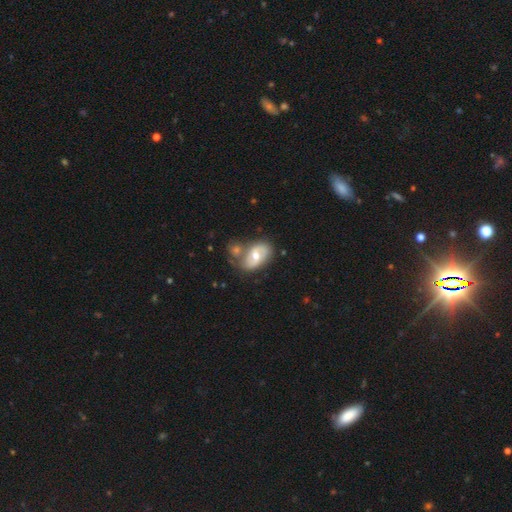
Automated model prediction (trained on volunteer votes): This appears to be a featured or disk galaxy (64%) with no bar (44%), spiral arms (74%) and a moderate central bulge (76%). Merging: none (53%).